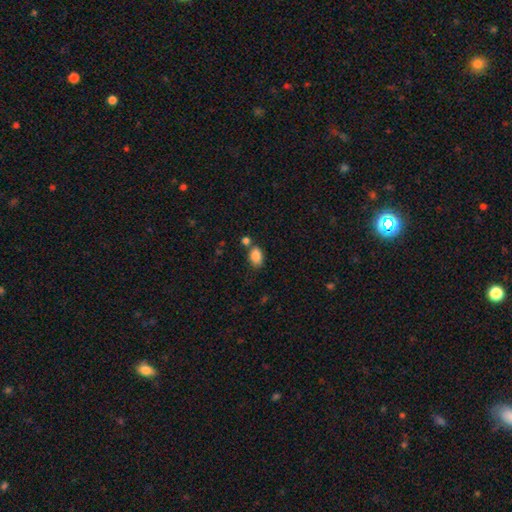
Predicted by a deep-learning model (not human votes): Smooth or featured: smooth — 86% (star or artifact — 8%)
How rounded: in between — 83% (round — 16%)
Merging: none — 64% (merger — 16%)